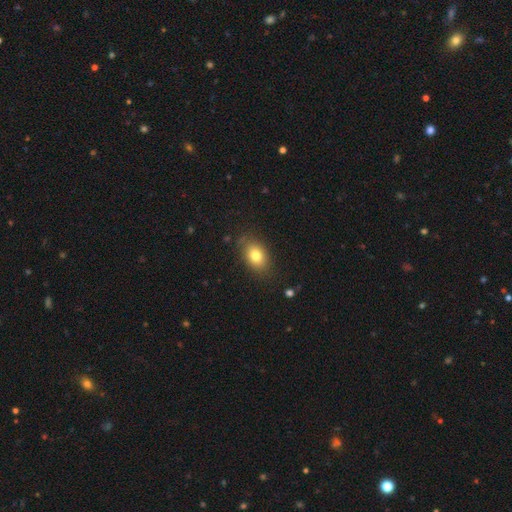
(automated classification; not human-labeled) Smooth or featured?
  - smooth: 79% *
  - featured or disk: 11%
  - star or artifact: 10%
How rounded?
  - in between: 75% *
  - round: 24%
  - cigar-shaped: 1%
Merging?
  - none: 81% *
  - minor disturbance: 14%
  - major disturbance: 4%
  - merger: 2%